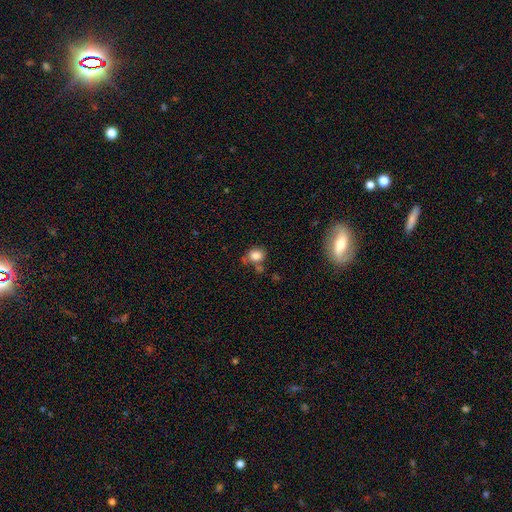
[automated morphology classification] Smooth or featured?
  - smooth: 82% *
  - star or artifact: 11%
  - featured or disk: 7%
How rounded?
  - in between: 53% *
  - round: 46%
  - cigar-shaped: 1%
Merging?
  - none: 57% *
  - minor disturbance: 20%
  - merger: 16%
  - major disturbance: 7%